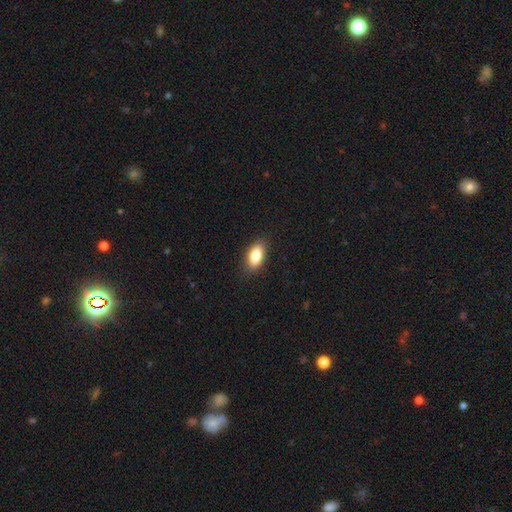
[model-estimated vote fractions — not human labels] Overall: smooth (85%). How rounded: in between (90%). Merging: none (86%).